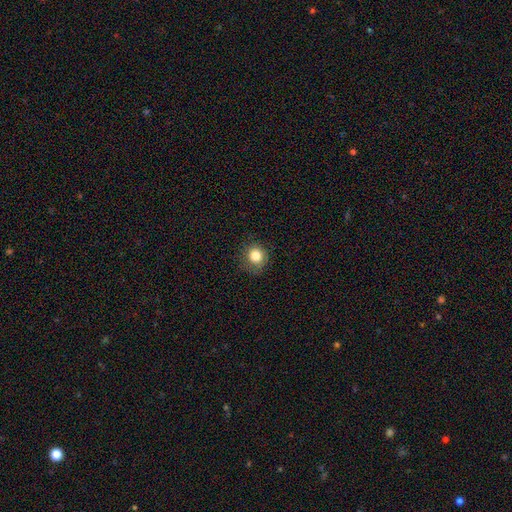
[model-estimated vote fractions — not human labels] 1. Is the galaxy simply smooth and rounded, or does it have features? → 83% smooth, 11% star or artifact, 6% featured or disk.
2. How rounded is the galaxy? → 86% round, 13% in between, 1% cigar-shaped.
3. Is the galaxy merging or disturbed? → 80% none, 15% minor disturbance, 4% major disturbance, 1% merger.